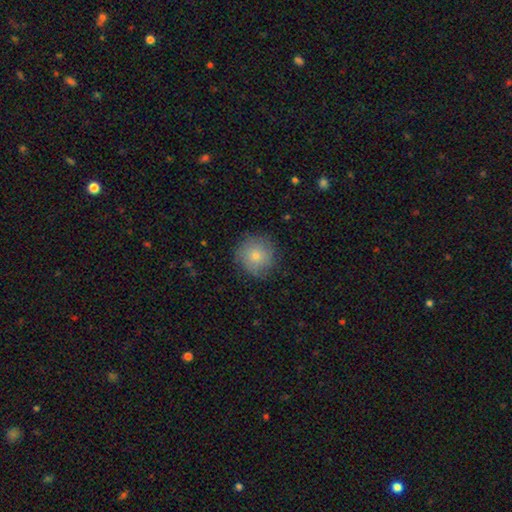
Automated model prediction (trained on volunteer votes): This appears to be a smooth galaxy with no disk features (74%) that is round (94%). Merging: none (82%).